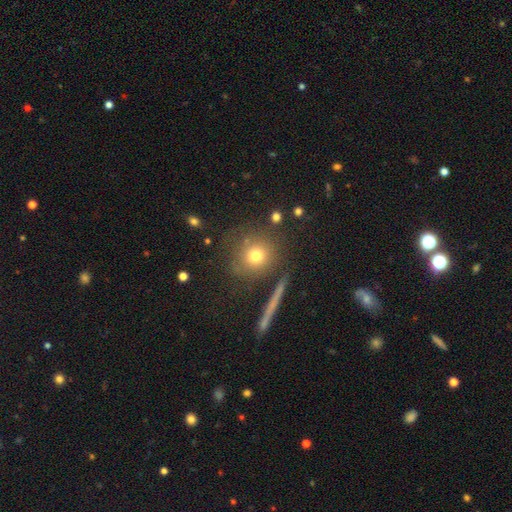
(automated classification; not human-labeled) The model was most divided on "smooth or featured": smooth: 72%, featured or disk: 14%, star or artifact: 14%. More confident: how rounded — round (88%); merging — none (78%).